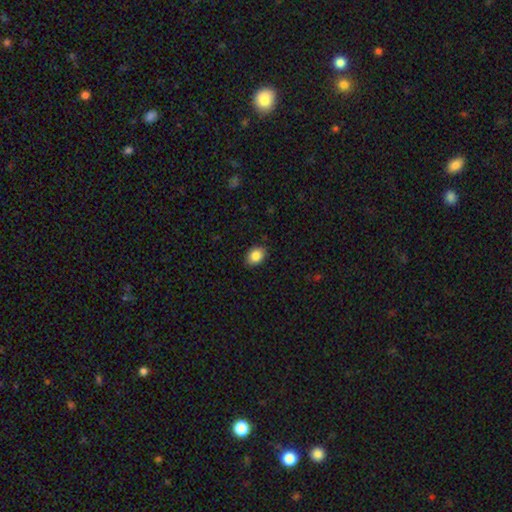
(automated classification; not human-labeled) Smooth or featured? smooth (86%)
How rounded? in between (63%)
Merging? none (87%)